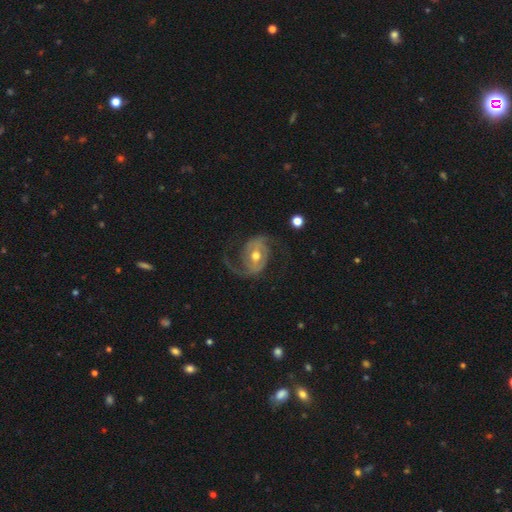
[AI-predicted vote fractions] Overall: featured or disk (89%). Edge-on disk: no (98%). Bar: no (40%; weak 38%). Spiral arms: yes (96%). Spiral arm count: 2 (91%). Spiral winding: medium (47%; loose 37%). Bulge size: moderate (77%). Merging: none (72%).